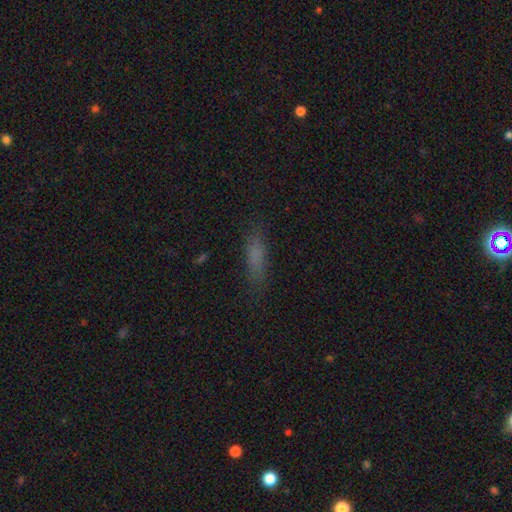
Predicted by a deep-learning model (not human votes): The model was most divided on "how rounded": cigar-shaped: 66%, in between: 31%, round: 3%. More confident: merging — none (77%); smooth or featured — smooth (72%).